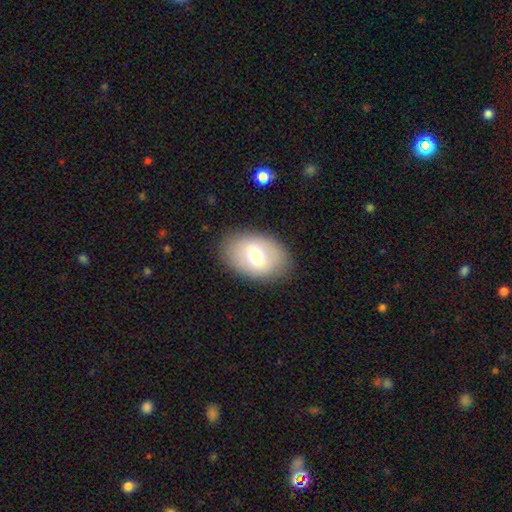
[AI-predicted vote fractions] Morphology: type=smooth (60%); roundness=in between (85%); merging=none (84%).